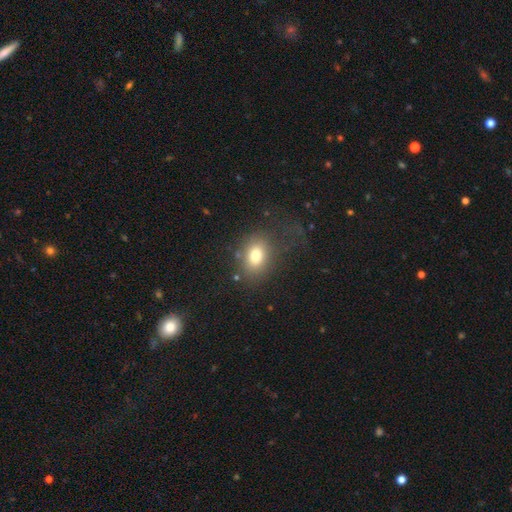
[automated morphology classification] The model was most divided on "how rounded": in between: 65%, round: 34%, cigar-shaped: 1%. More confident: smooth or featured — smooth (76%); merging — none (64%).